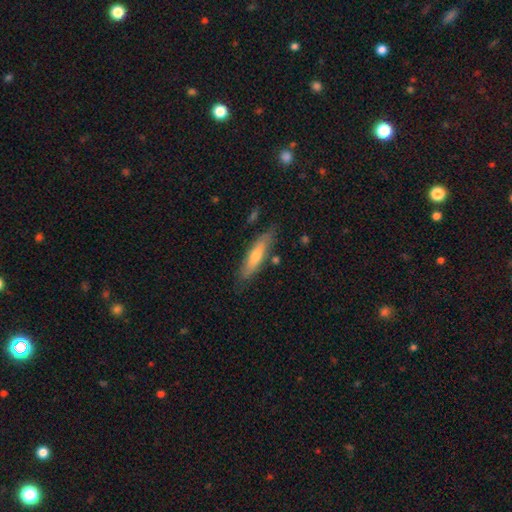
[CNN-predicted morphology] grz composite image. It shows a smooth galaxy with no disk features (55%) that is cigar-shaped (74%). Merging: none (79%).